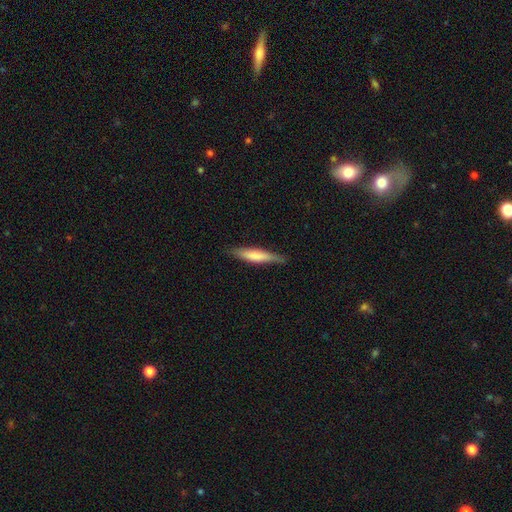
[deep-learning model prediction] Smooth or featured: smooth — 67% (featured or disk — 28%)
How rounded: cigar-shaped — 88% (in between — 11%)
Merging: none — 83% (minor disturbance — 13%)